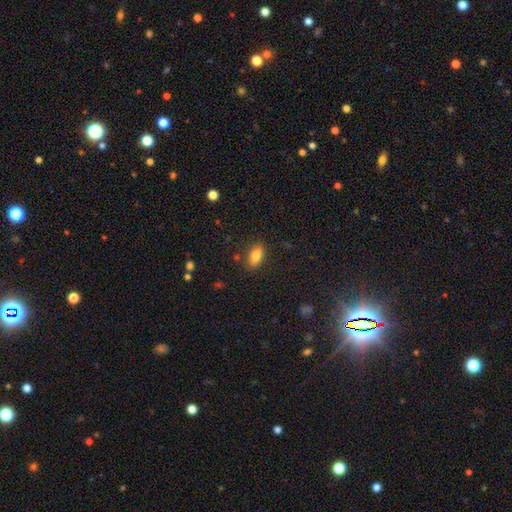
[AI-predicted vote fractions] A smooth galaxy with no disk features (77%) that is in between round and cigar-shaped (81%). Merging: none (85%).